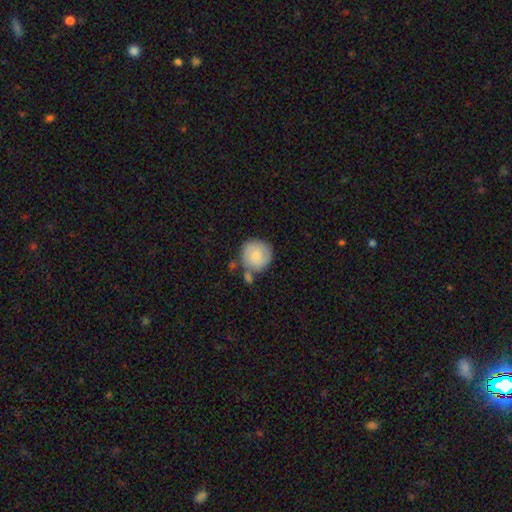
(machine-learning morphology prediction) smooth 72%, featured or disk 21%, star or artifact 6%. Down the decision tree: how rounded — round (92%); merging — none (58%).